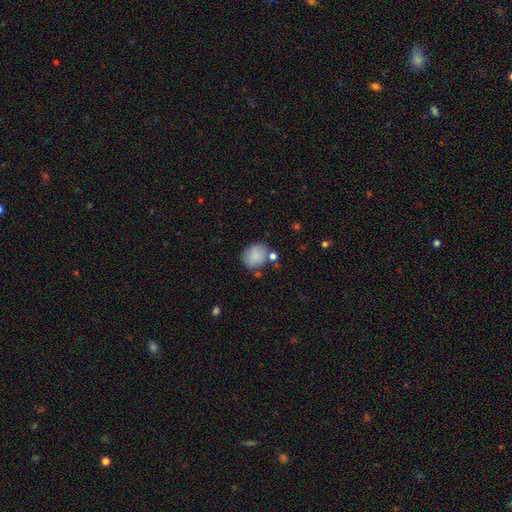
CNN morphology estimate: Smooth or featured?
  - smooth: 84% *
  - star or artifact: 8%
  - featured or disk: 8%
How rounded?
  - round: 71% *
  - in between: 28%
  - cigar-shaped: 1%
Merging?
  - none: 66% *
  - minor disturbance: 17%
  - merger: 11%
  - major disturbance: 5%